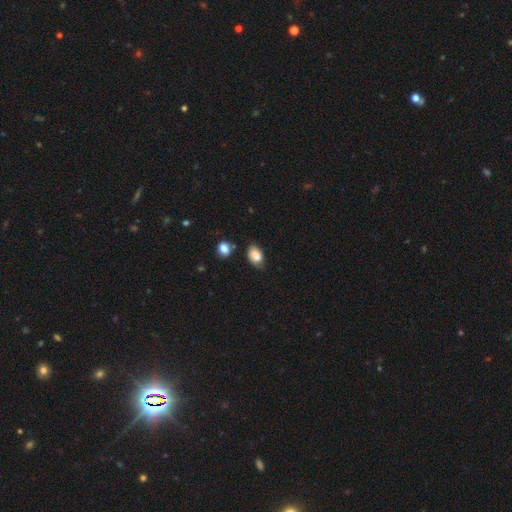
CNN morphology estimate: This is clearly a smooth galaxy (83%). How rounded: clearly in between (88%). Merging: possibly none (59%).